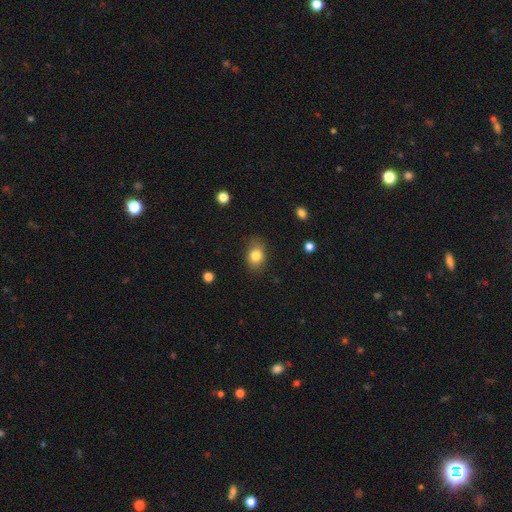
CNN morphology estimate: smooth_or_featured: smooth (p=0.82) [alt: star or artifact p=0.10]
how_rounded: in between (p=0.67) [alt: round p=0.32]
merging: none (p=0.81) [alt: minor disturbance p=0.14]